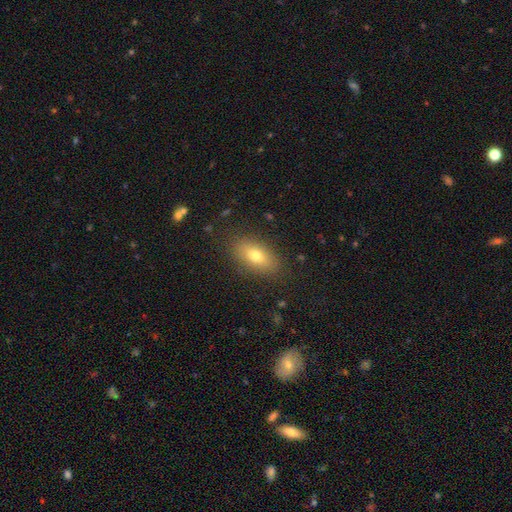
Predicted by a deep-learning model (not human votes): This is likely a smooth galaxy (72%). How rounded: clearly in between (83%). Merging: clearly none (86%).